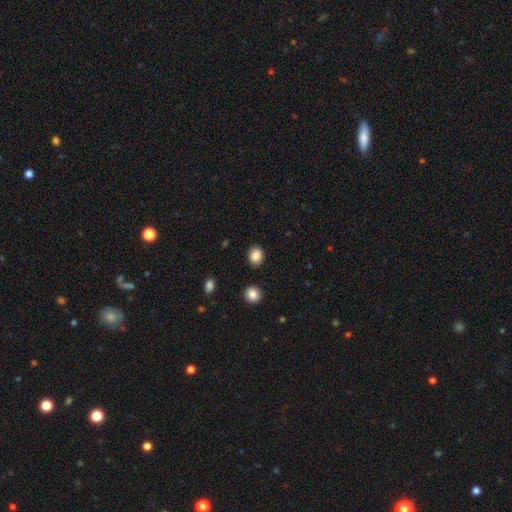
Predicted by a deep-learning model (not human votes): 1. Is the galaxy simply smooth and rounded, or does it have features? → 85% smooth, 9% star or artifact, 5% featured or disk.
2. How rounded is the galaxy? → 53% round, 46% in between, 1% cigar-shaped.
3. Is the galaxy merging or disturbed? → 88% none, 8% minor disturbance, 2% major disturbance, 2% merger.